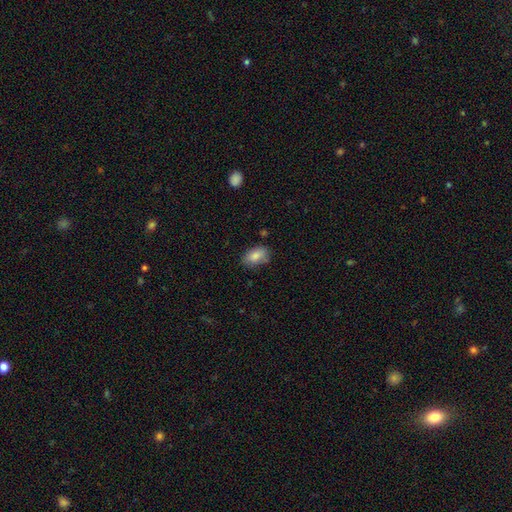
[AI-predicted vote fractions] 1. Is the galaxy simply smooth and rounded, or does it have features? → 85% smooth, 8% featured or disk, 7% star or artifact.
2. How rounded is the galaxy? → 90% in between, 8% round, 2% cigar-shaped.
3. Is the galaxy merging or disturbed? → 75% none, 19% minor disturbance, 4% major disturbance, 2% merger.